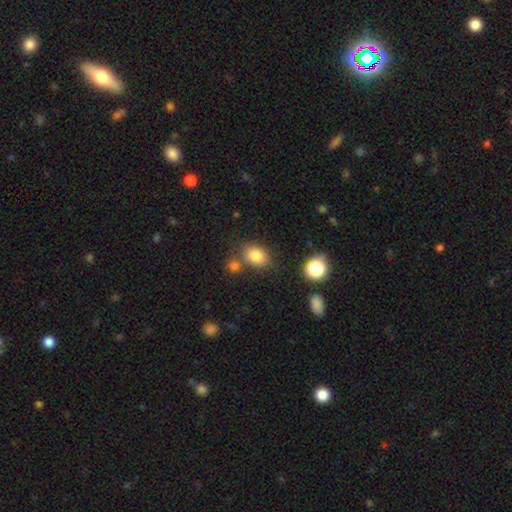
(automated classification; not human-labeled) smooth-or-featured: smooth: 82% | star or artifact: 11% | featured or disk: 7%
  how-rounded: in between: 65% | round: 33% | cigar-shaped: 1%
  merging: none: 67% | merger: 15% | minor disturbance: 14% | major disturbance: 4%